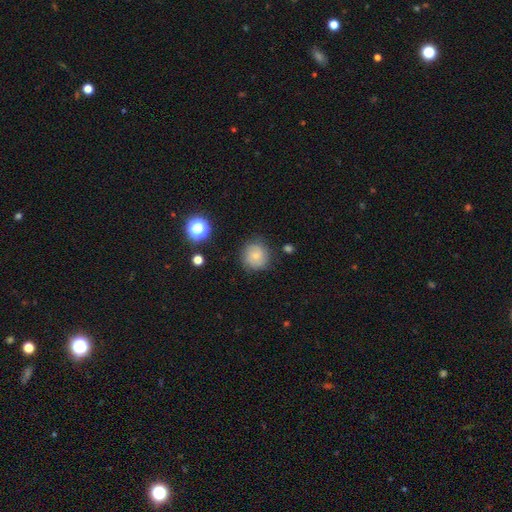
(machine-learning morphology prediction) Overall: smooth (70%). How rounded: round (91%). Merging: none (82%).